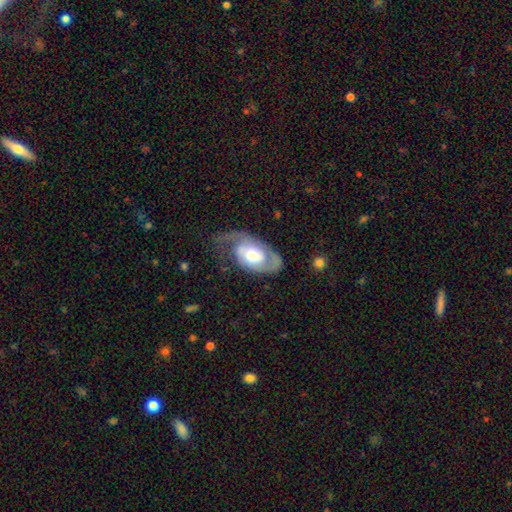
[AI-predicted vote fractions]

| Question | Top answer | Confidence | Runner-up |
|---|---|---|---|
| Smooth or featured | featured or disk | 76% | smooth (19%) |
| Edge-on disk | no | 95% | yes (5%) |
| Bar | no | 65% | weak (28%) |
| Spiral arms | yes | 89% | no (11%) |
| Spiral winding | medium | 43% | tight (32%) |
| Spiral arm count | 2 | 66% | 1 (20%) |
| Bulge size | moderate | 59% | small (21%) |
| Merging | none | 47% | major disturbance (26%) |